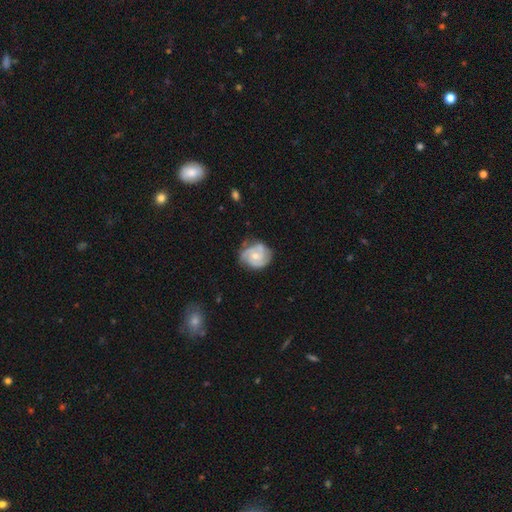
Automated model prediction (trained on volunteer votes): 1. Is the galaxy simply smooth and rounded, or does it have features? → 76% featured or disk, 19% smooth, 5% star or artifact.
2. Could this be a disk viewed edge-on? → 98% no, 2% yes.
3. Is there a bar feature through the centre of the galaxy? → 70% no, 26% weak, 4% strong.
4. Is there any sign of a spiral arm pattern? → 91% yes, 9% no.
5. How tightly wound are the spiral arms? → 56% tight, 36% medium, 9% loose.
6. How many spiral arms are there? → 44% 2, 28% 3, 18% can't tell, 4% 4, 4% 1, 3% more than 4.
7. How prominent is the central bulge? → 54% moderate, 41% small, 2% large, 2% none, 1% dominant.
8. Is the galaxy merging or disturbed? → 63% none, 25% minor disturbance, 8% major disturbance, 4% merger.